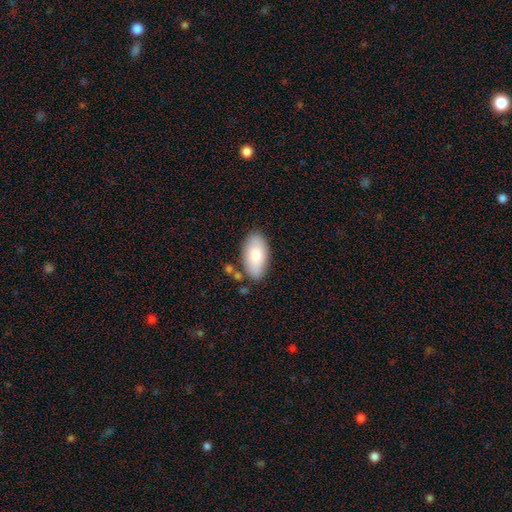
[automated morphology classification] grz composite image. It shows a smooth galaxy with no disk features (82%) that is in between round and cigar-shaped (95%). Merging: none (79%).